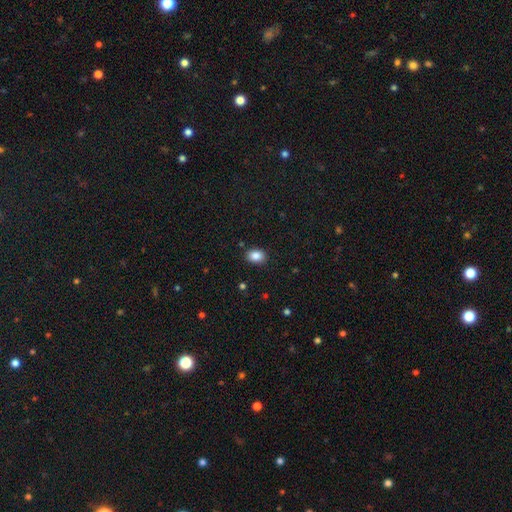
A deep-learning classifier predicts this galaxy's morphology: This is clearly a smooth galaxy (87%). How rounded: likely in between (70%). Merging: clearly none (87%).